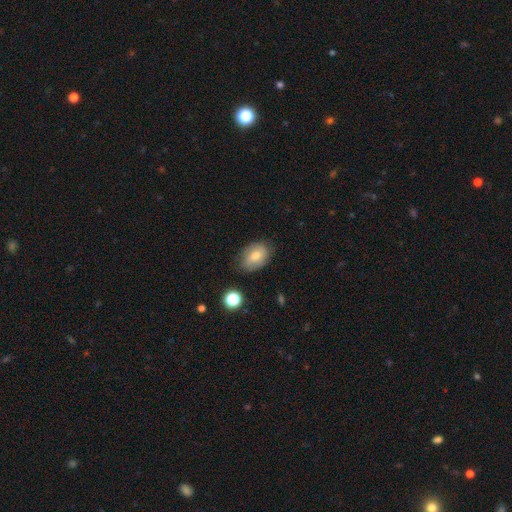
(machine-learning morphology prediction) smooth 69%, featured or disk 22%, star or artifact 9%. Down the decision tree: how rounded — in between (81%); merging — none (72%).